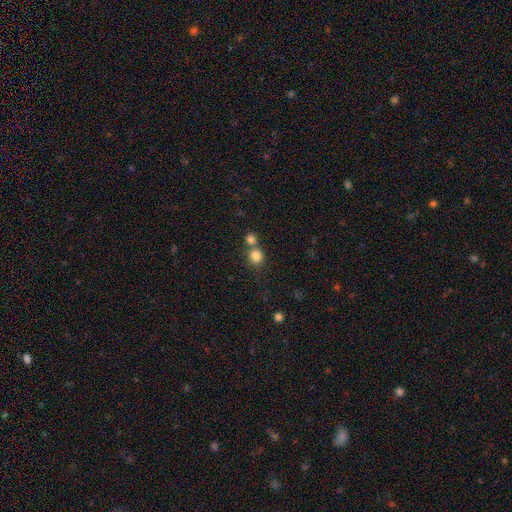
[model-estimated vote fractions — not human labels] Smooth or featured: smooth — 82% (star or artifact — 12%)
How rounded: round — 87% (in between — 12%)
Merging: none — 54% (merger — 36%)